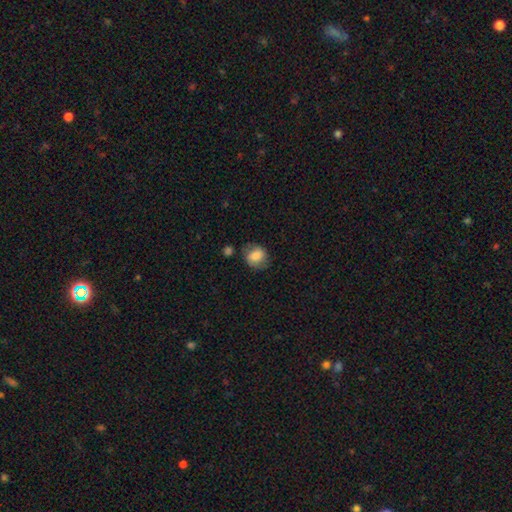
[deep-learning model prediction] Smooth or featured: smooth — 75% (featured or disk — 16%)
How rounded: round — 59% (in between — 40%)
Merging: none — 64% (minor disturbance — 23%)